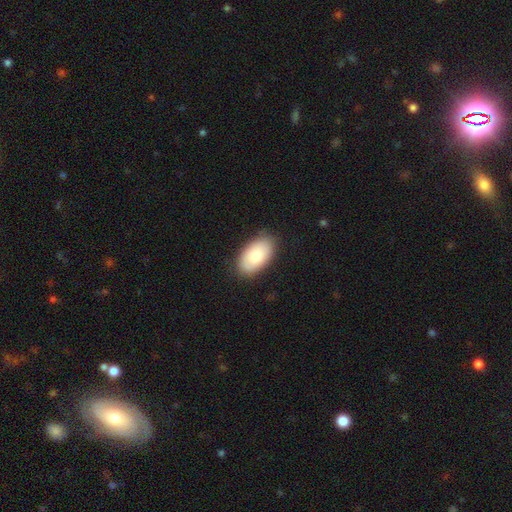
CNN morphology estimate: This appears to be a smooth galaxy with no disk features (79%) that is in between round and cigar-shaped (95%). Merging: none (85%).